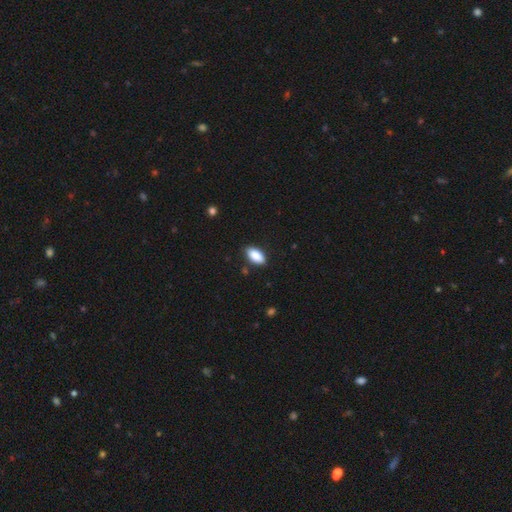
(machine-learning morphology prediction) Smooth or featured? Predicted: smooth (p=0.88). How rounded? Predicted: in between (p=0.92). Merging? Predicted: none (p=0.87).